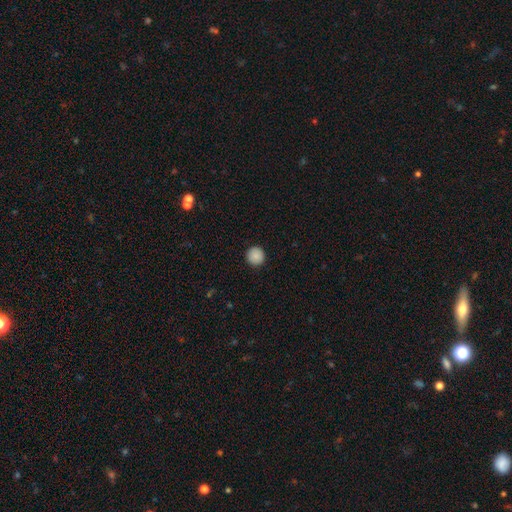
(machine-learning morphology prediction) Smooth or featured?
  - smooth: 88% *
  - star or artifact: 9%
  - featured or disk: 3%
How rounded?
  - round: 96% *
  - in between: 3%
  - cigar-shaped: 1%
Merging?
  - none: 93% *
  - minor disturbance: 4%
  - major disturbance: 2%
  - merger: 1%